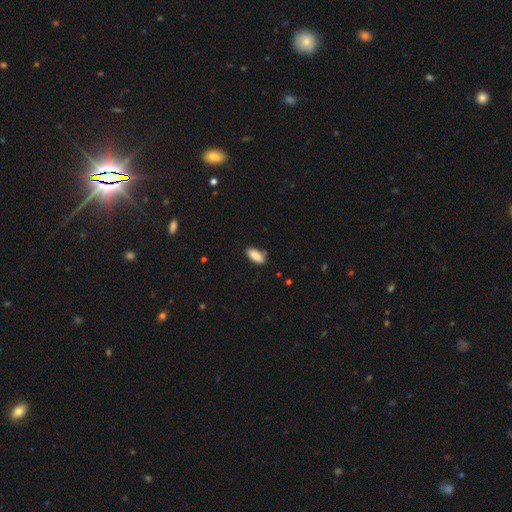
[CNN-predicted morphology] A smooth galaxy with no disk features (88%) that is in between round and cigar-shaped (88%).

Vote fractions:
- Smooth or featured? smooth: 88% / star or artifact: 7% / featured or disk: 6%
- How rounded? in between: 88% / cigar-shaped: 10% / round: 2%
- Merging? none: 79% / minor disturbance: 16% / major disturbance: 3% / merger: 3%